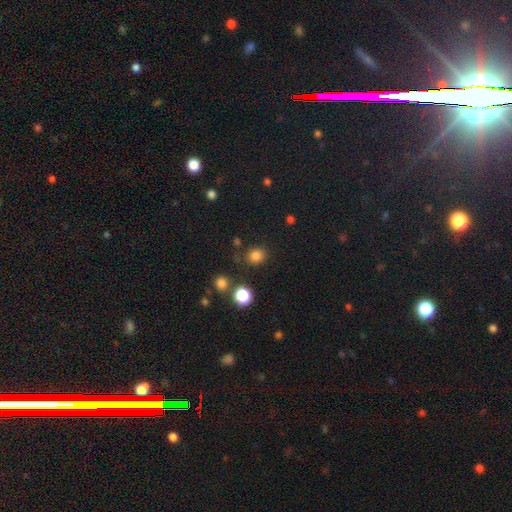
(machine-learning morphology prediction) type=smooth (80%); roundness=round (80%); merging=none (82%).